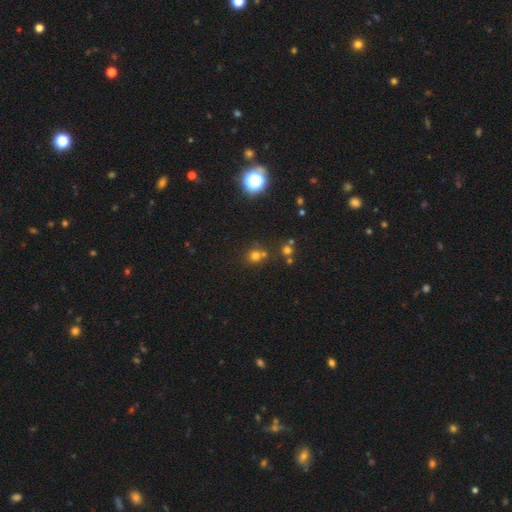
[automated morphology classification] This appears to be a smooth galaxy with no disk features (67%) that is round (86%). Merging: none (64%).